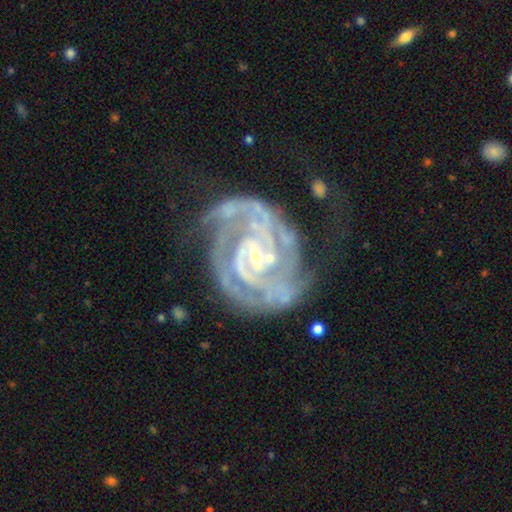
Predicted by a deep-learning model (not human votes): smooth-or-featured: featured or disk: 91% | star or artifact: 6% | smooth: 3%
  disk-edge-on: no: 98% | yes: 2%
    bar: no: 44% | weak: 38% | strong: 18%
    has-spiral-arms: yes: 98% | no: 2%
      spiral-winding: tight: 70% | medium: 26% | loose: 4%
      spiral-arm-count: 2: 54% | 3: 17% | can't tell: 14% | 4: 6% | 1: 5% | more than 4: 5%
    bulge-size: small: 73% | moderate: 22% | none: 3% | large: 2% | dominant: 1%
  merging: none: 52% | minor disturbance: 23% | major disturbance: 19% | merger: 5%